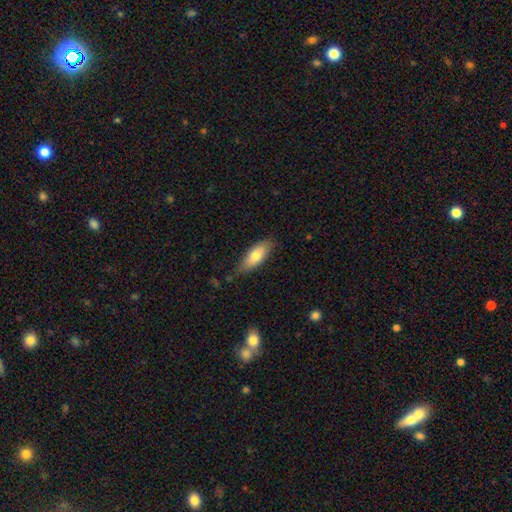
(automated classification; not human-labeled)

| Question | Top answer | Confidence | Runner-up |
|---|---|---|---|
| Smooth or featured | smooth | 73% | featured or disk (21%) |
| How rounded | in between | 74% | cigar-shaped (24%) |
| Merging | none | 75% | minor disturbance (20%) |